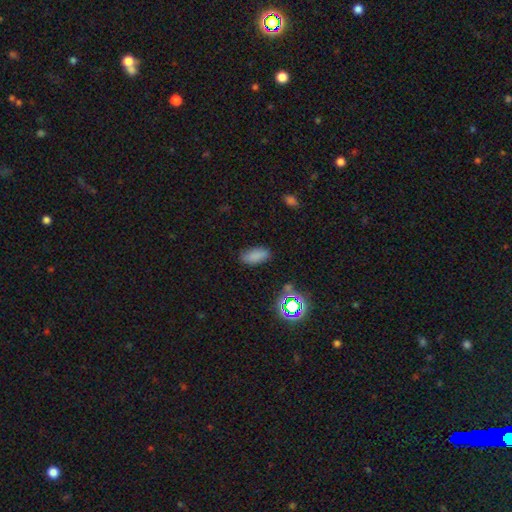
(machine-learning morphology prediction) Overall: smooth (80%). How rounded: in between (89%). Merging: none (82%).